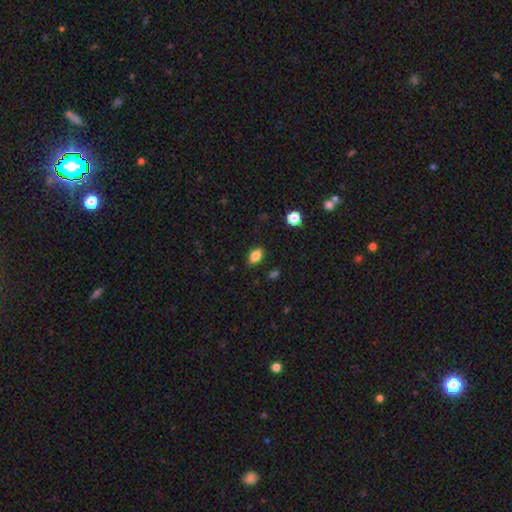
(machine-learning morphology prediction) Smooth or featured?
  - smooth: 84% *
  - star or artifact: 9%
  - featured or disk: 7%
How rounded?
  - in between: 86% *
  - round: 10%
  - cigar-shaped: 3%
Merging?
  - none: 85% *
  - minor disturbance: 11%
  - major disturbance: 2%
  - merger: 1%